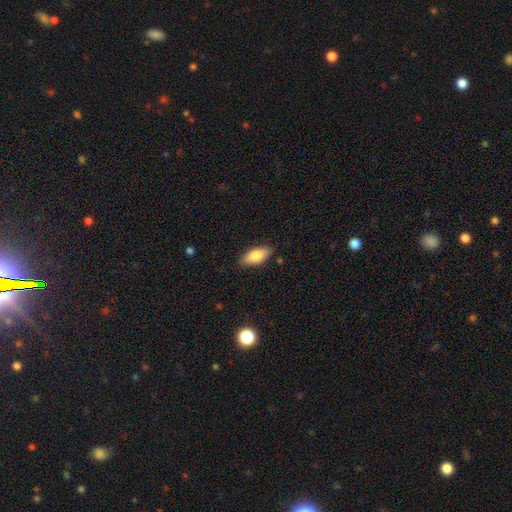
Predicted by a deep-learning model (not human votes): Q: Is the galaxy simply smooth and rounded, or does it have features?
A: smooth — 81%.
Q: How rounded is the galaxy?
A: in between — 83%.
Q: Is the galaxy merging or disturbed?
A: none — 85%.